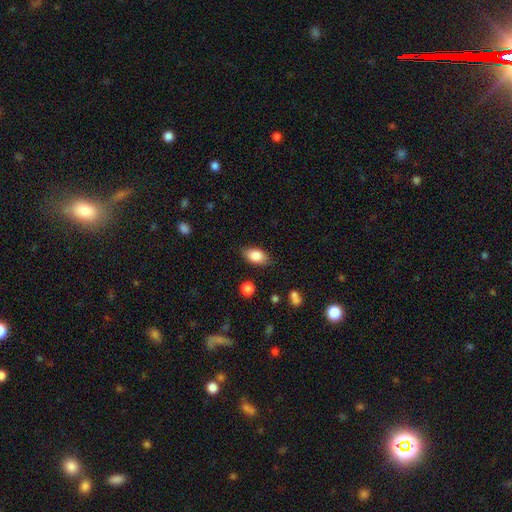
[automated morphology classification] Smooth or featured?
  - smooth: 82% *
  - featured or disk: 10%
  - star or artifact: 7%
How rounded?
  - in between: 88% *
  - round: 7%
  - cigar-shaped: 4%
Merging?
  - none: 81% *
  - minor disturbance: 15%
  - major disturbance: 3%
  - merger: 2%